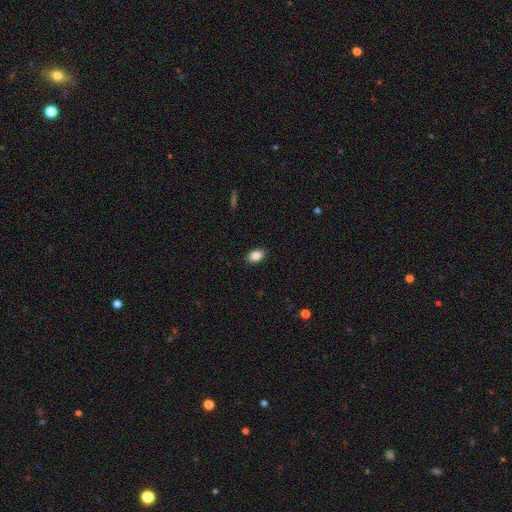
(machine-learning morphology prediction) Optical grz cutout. It shows a smooth galaxy with no disk features (88%) that is in between round and cigar-shaped (88%). Merging: none (89%).